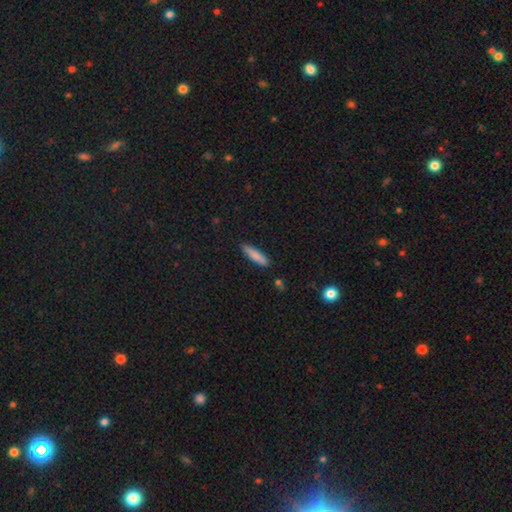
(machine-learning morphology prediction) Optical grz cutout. It shows a smooth galaxy with no disk features (82%) that is cigar-shaped (80%). Merging: none (87%).